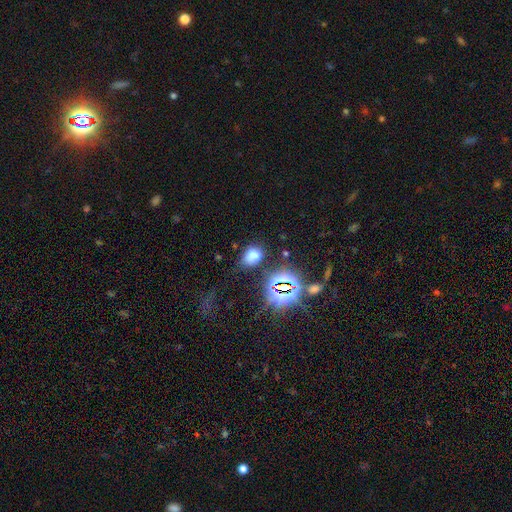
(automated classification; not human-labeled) This appears to be a smooth galaxy with no disk features (64%) that is in between round and cigar-shaped (73%). Merging: none (65%).